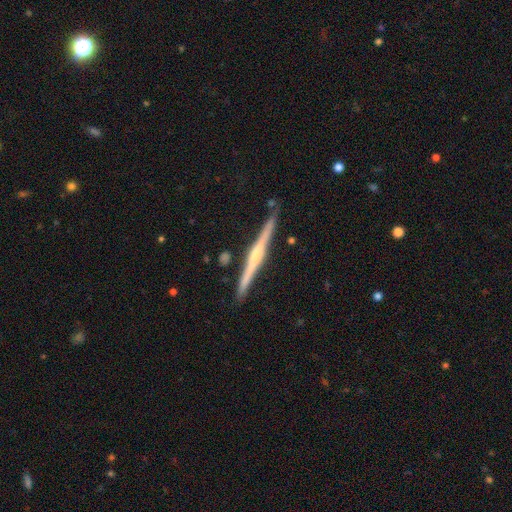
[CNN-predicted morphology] Smooth or featured?
  - featured or disk: 79% *
  - smooth: 16%
  - star or artifact: 5%
Edge-on disk?
  - yes: 98% *
  - no: 2%
Edge-on bulge?
  - rounded: 76% *
  - none: 16%
  - boxy: 8%
Merging?
  - none: 87% *
  - minor disturbance: 9%
  - merger: 2%
  - major disturbance: 2%